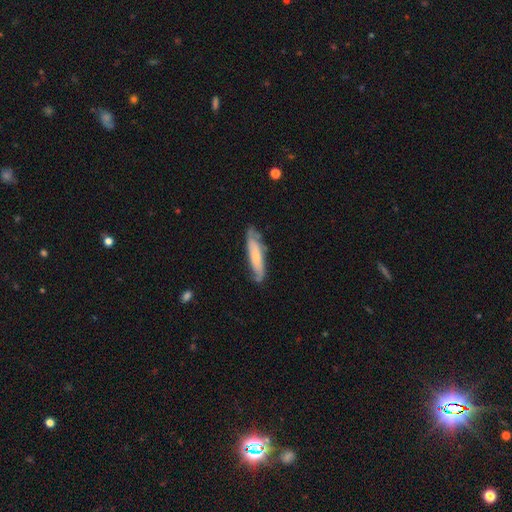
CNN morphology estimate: Smooth or featured? featured or disk (47%, tied with smooth)
Merging? none (68%)